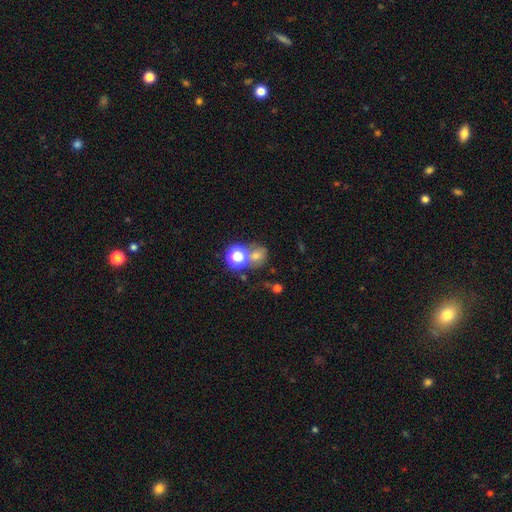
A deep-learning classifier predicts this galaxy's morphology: Smooth or featured?
  - smooth: 58% *
  - star or artifact: 28%
  - featured or disk: 15%
How rounded?
  - round: 71% *
  - in between: 28%
  - cigar-shaped: 1%
Merging?
  - none: 51% *
  - merger: 28%
  - minor disturbance: 12%
  - major disturbance: 8%